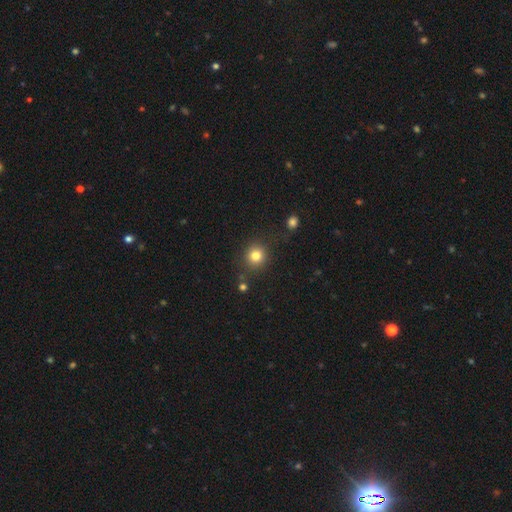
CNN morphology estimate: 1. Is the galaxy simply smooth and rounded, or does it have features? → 81% smooth, 12% star or artifact, 6% featured or disk.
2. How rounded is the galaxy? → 90% round, 9% in between, 1% cigar-shaped.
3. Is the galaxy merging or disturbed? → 83% none, 9% minor disturbance, 4% merger, 4% major disturbance.